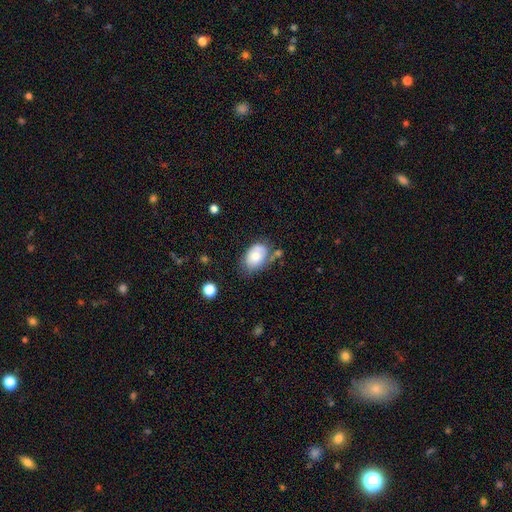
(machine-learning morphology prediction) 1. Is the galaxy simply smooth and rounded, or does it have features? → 71% smooth, 21% featured or disk, 7% star or artifact.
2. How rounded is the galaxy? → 84% in between, 15% round, 1% cigar-shaped.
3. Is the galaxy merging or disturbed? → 56% none, 28% minor disturbance, 9% major disturbance, 8% merger.